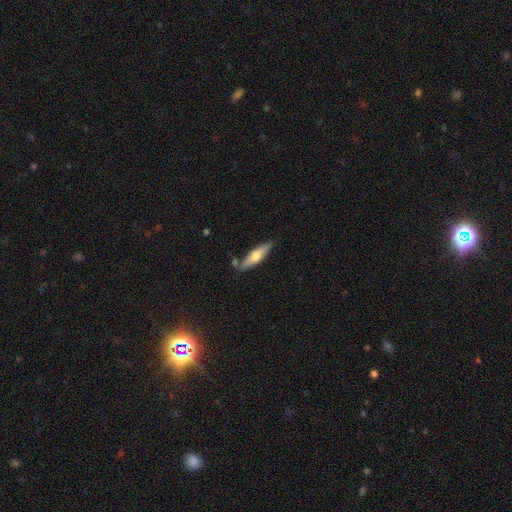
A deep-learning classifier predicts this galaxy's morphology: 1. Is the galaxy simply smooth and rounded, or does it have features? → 55% smooth, 40% featured or disk, 6% star or artifact.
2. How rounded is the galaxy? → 65% cigar-shaped, 33% in between, 2% round.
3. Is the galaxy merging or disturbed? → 78% none, 14% minor disturbance, 5% merger, 3% major disturbance.